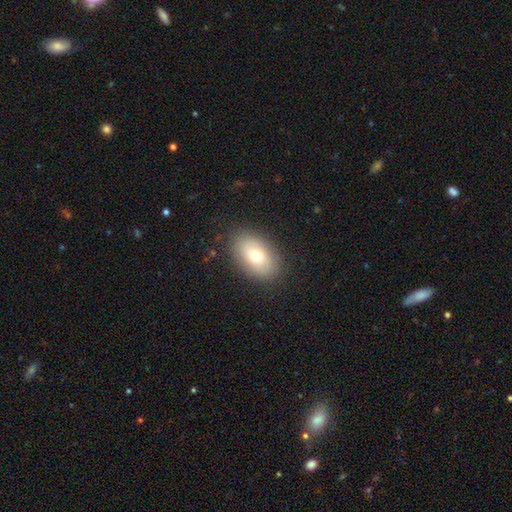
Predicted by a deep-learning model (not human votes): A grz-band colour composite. It shows a smooth galaxy with no disk features (71%) that is in between round and cigar-shaped (87%). Merging: none (85%).